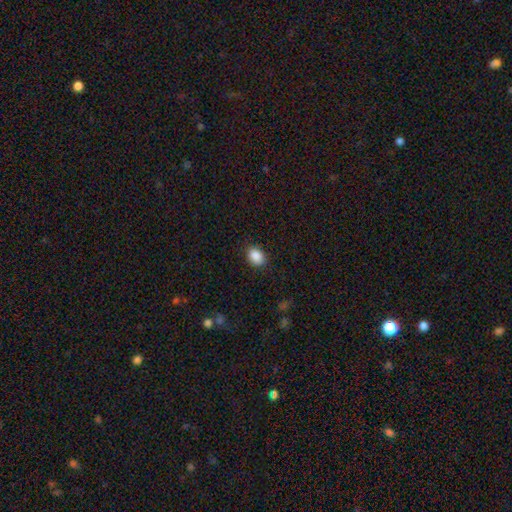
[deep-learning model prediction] Smooth or featured: smooth — 89% (star or artifact — 8%)
How rounded: in between — 68% (round — 31%)
Merging: none — 86% (minor disturbance — 10%)